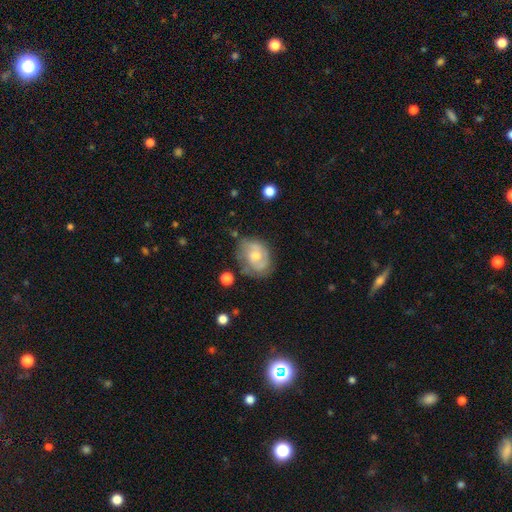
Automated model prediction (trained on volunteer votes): A featured or disk galaxy (63%) with no bar (65%), spiral arms (81%) and a moderate central bulge (55%).

Vote fractions:
- Smooth or featured? featured or disk: 63% / smooth: 30% / star or artifact: 7%
- Edge-on disk? no: 97% / yes: 3%
- Bar? no: 65% / weak: 30% / strong: 4%
- Spiral arms? yes: 81% / no: 19%
- Bulge size? moderate: 55% / small: 35% / large: 5% / none: 4% / dominant: 1%
- Merging? none: 60% / minor disturbance: 25% / major disturbance: 11% / merger: 4%